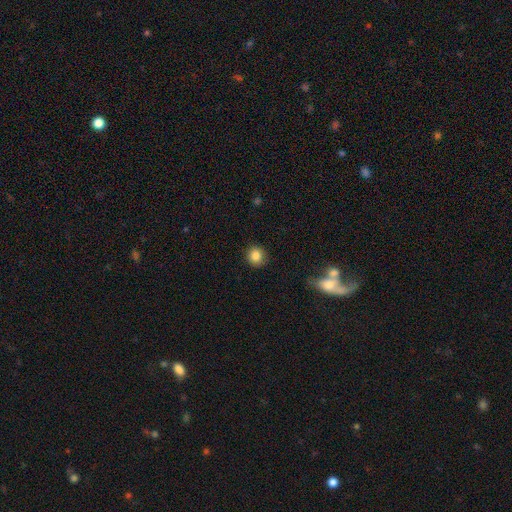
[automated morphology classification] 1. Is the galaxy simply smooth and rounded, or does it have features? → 85% smooth, 10% star or artifact, 5% featured or disk.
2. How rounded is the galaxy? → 87% round, 12% in between, 1% cigar-shaped.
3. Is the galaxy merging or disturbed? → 87% none, 9% minor disturbance, 3% major disturbance, 1% merger.